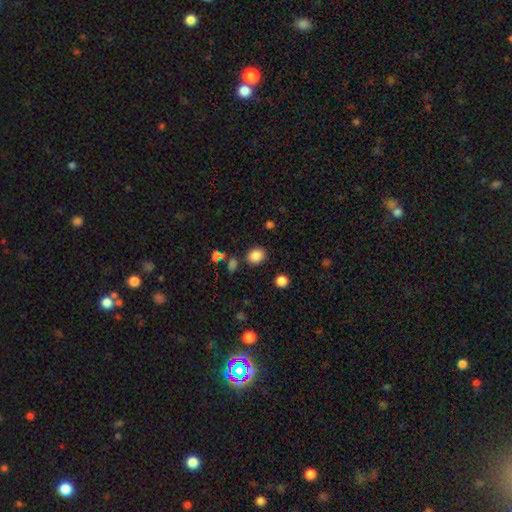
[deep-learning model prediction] smooth_or_featured: smooth (p=0.85) [alt: star or artifact p=0.11]
how_rounded: round (p=0.56) [alt: in between p=0.43]
merging: none (p=0.84) [alt: minor disturbance p=0.09]